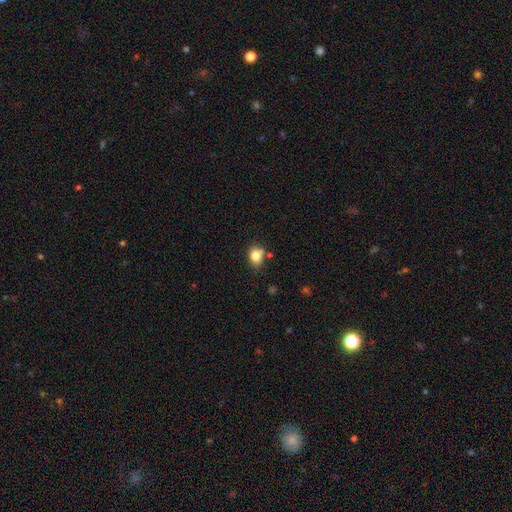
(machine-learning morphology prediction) Smooth or featured? smooth (81%)
How rounded? round (54%)
Merging? none (65%)